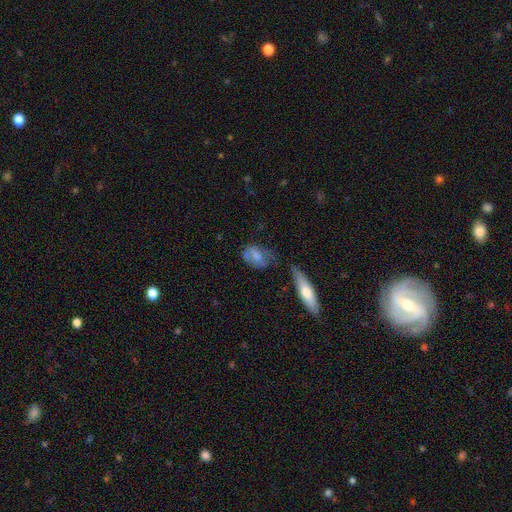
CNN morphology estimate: smooth-or-featured: smooth: 65% | featured or disk: 27% | star or artifact: 8%
  how-rounded: in between: 80% | round: 15% | cigar-shaped: 5%
  merging: none: 47% | minor disturbance: 31% | major disturbance: 14% | merger: 8%